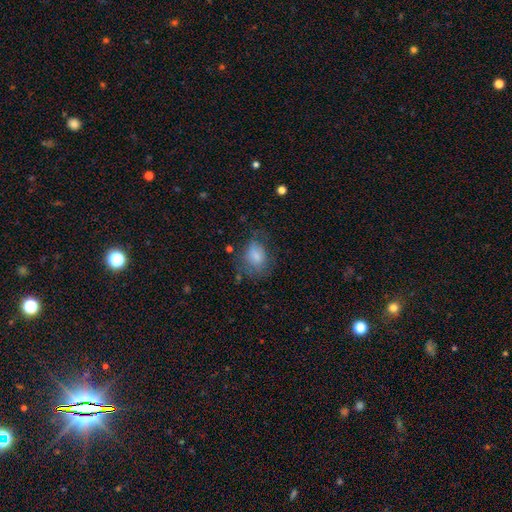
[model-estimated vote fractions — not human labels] This is likely a smooth galaxy (73%). How rounded: possibly in between (58%). Merging: possibly none (47%).